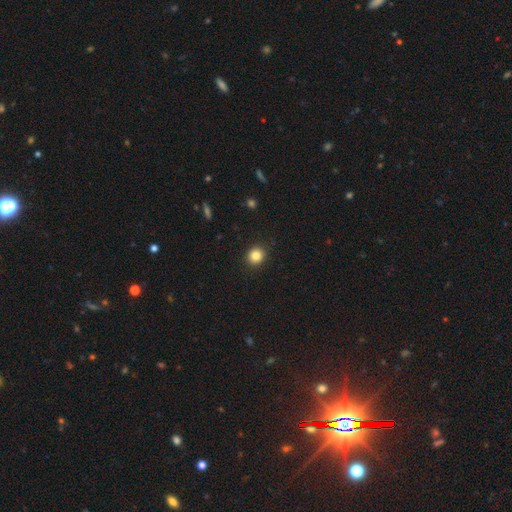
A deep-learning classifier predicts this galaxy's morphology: smooth 85%, star or artifact 11%, featured or disk 5%. Down the decision tree: how rounded — round (84%); merging — none (91%).